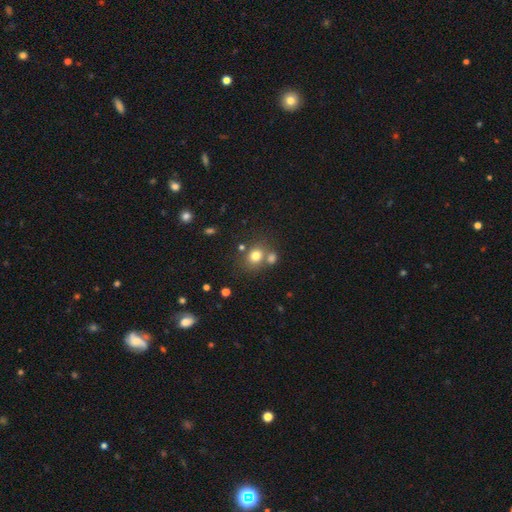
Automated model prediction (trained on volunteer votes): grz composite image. It shows a smooth galaxy with no disk features (77%) that is round (70%). Merging: none (59%).